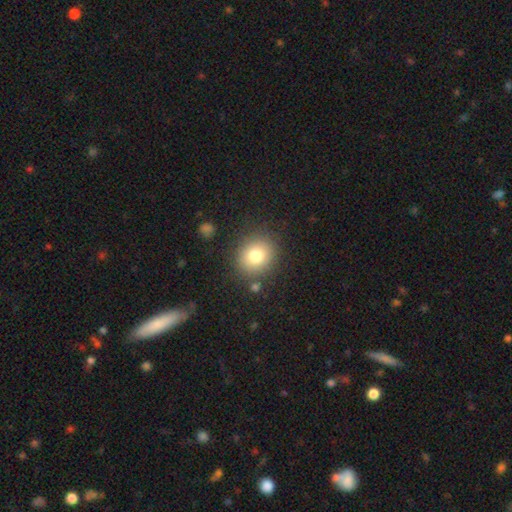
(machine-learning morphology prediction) Smooth or featured? Predicted: smooth (p=0.78). How rounded? Predicted: round (p=0.79). Merging? Predicted: none (p=0.84).